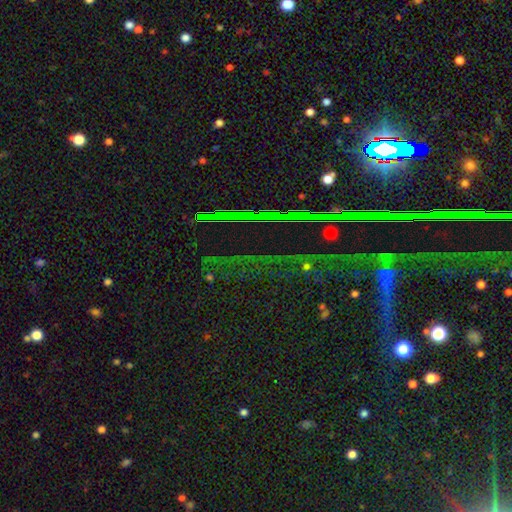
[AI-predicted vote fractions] Smooth or featured? Predicted: star or artifact (p=0.82).